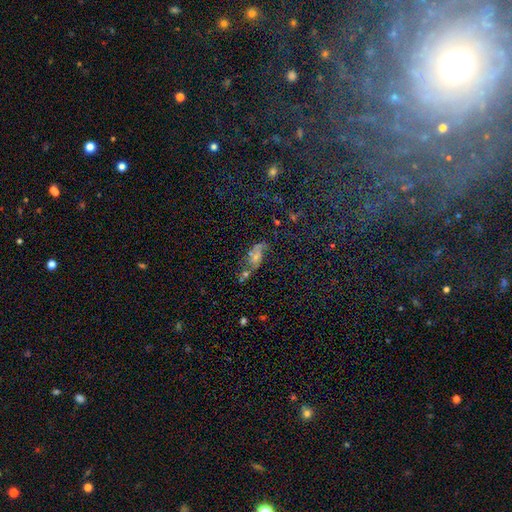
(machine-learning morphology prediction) Smooth or featured? Predicted: smooth (p=0.42). Merging? Predicted: none (p=0.30).